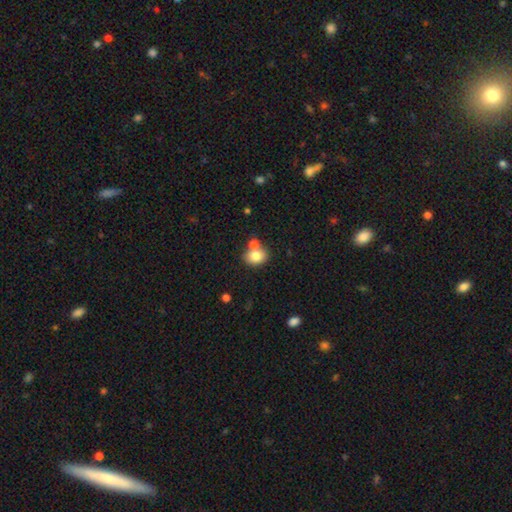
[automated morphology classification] A smooth galaxy with no disk features (80%) that is in between round and cigar-shaped (57%). Merging: none (54%).